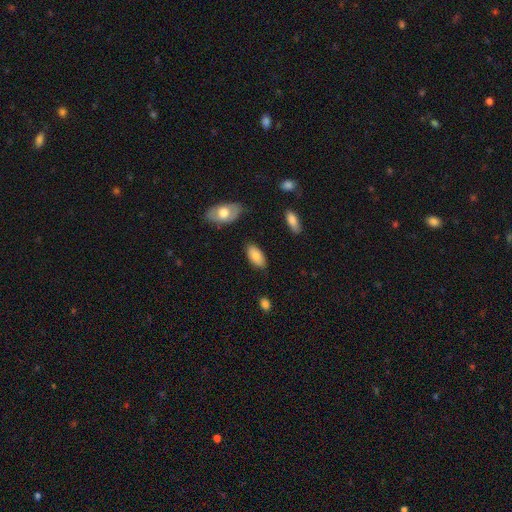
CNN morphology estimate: Smooth or featured? smooth (84%)
How rounded? in between (94%)
Merging? none (83%)